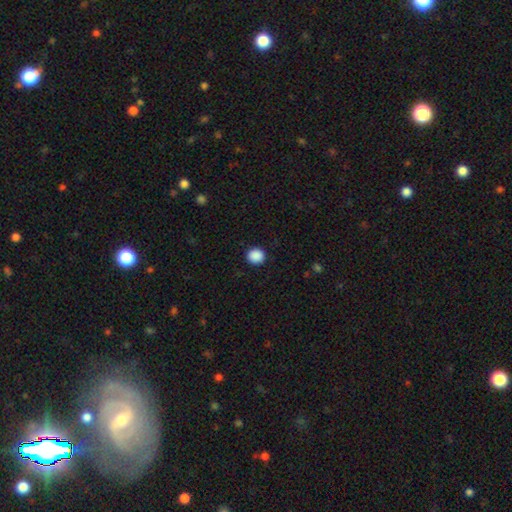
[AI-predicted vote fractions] Q: Smooth or featured?
A: smooth (89%); runner-up: star or artifact (9%)
Q: How rounded?
A: round (87%); runner-up: in between (12%)
Q: Merging?
A: none (92%); runner-up: minor disturbance (5%)